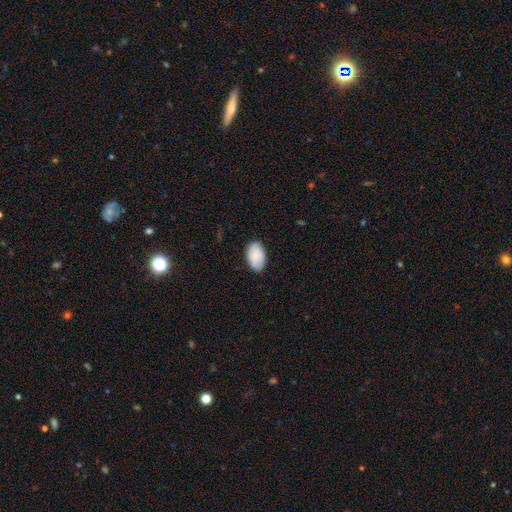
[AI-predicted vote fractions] Smooth or featured?
  - smooth: 87% *
  - featured or disk: 7%
  - star or artifact: 6%
How rounded?
  - in between: 94% *
  - round: 5%
  - cigar-shaped: 1%
Merging?
  - none: 84% *
  - minor disturbance: 13%
  - major disturbance: 2%
  - merger: 1%